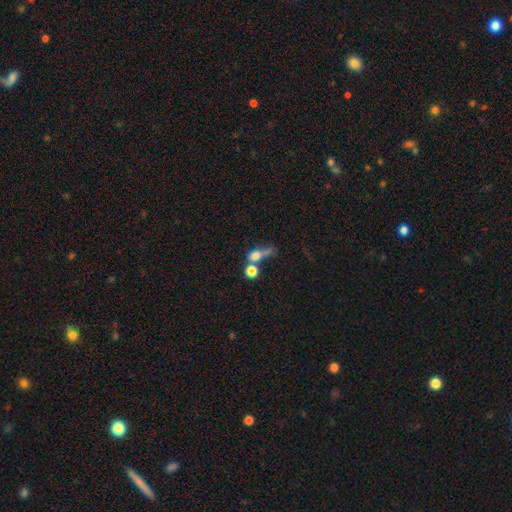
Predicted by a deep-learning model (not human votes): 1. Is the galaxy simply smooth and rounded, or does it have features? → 68% smooth, 18% featured or disk, 14% star or artifact.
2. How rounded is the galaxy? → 48% round, 40% in between, 12% cigar-shaped.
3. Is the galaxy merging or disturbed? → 45% merger, 26% none, 18% major disturbance, 12% minor disturbance.